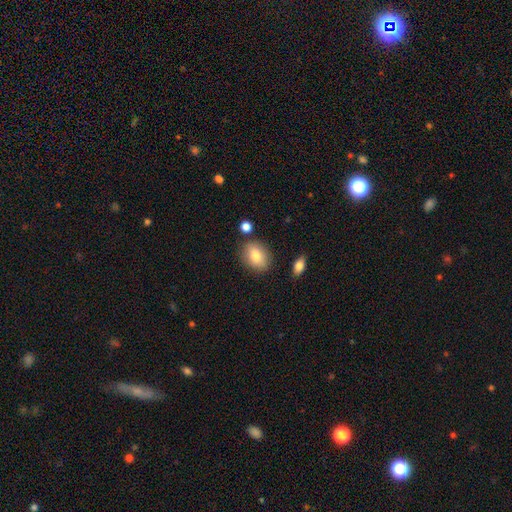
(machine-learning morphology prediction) smooth 81%, featured or disk 12%, star or artifact 8%. Down the decision tree: how rounded — in between (69%); merging — none (80%).